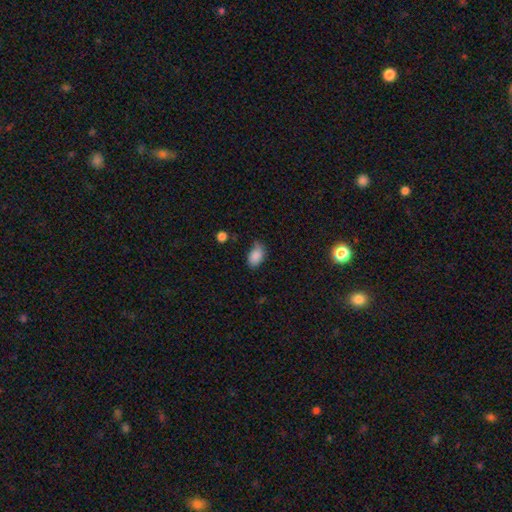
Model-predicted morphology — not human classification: smooth-or-featured: smooth: 87% | star or artifact: 8% | featured or disk: 5%
  how-rounded: in between: 88% | round: 10% | cigar-shaped: 1%
  merging: none: 62% | minor disturbance: 30% | major disturbance: 6% | merger: 2%